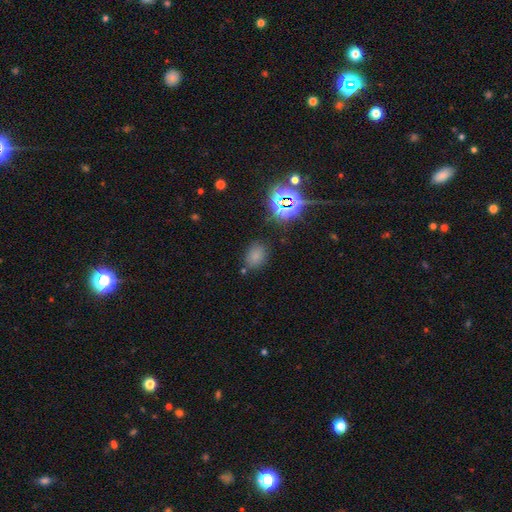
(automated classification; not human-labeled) This appears to be a smooth galaxy with no disk features (69%) that is in between round and cigar-shaped (72%). Merging: none (76%).